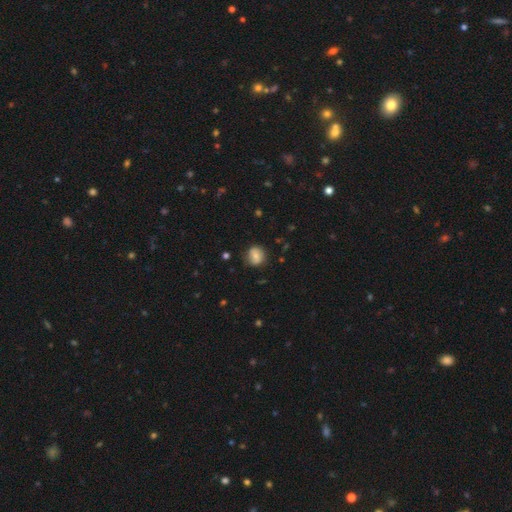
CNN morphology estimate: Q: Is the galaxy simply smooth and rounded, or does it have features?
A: smooth — 68%.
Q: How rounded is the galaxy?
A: round — 74%.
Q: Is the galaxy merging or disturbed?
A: none — 77%.